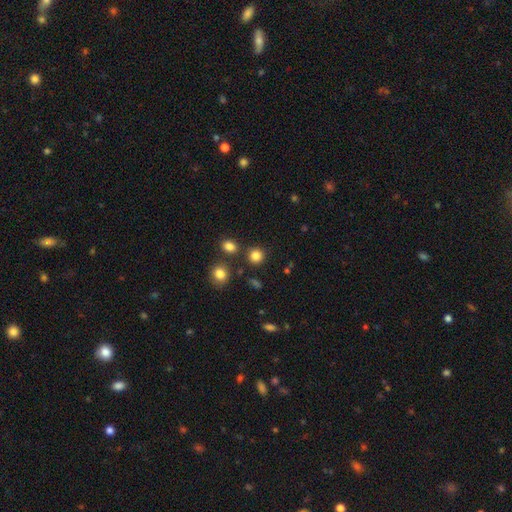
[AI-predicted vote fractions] A smooth galaxy with no disk features (83%) that is round (89%).

Vote fractions:
- Smooth or featured? smooth: 83% / star or artifact: 12% / featured or disk: 5%
- How rounded? round: 89% / in between: 10% / cigar-shaped: 1%
- Merging? none: 83% / minor disturbance: 7% / merger: 7% / major disturbance: 3%